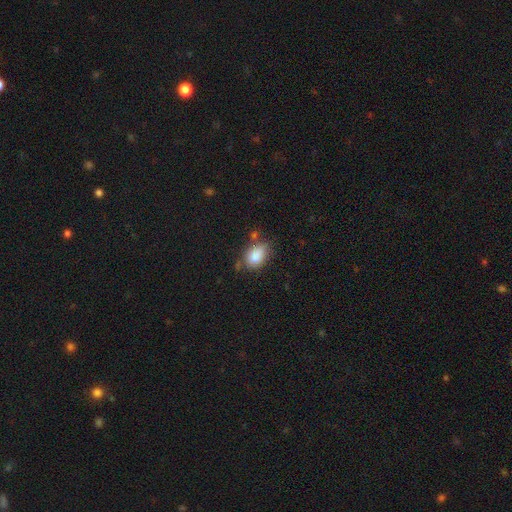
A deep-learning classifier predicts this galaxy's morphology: The model was most divided on "merging": none: 62%, minor disturbance: 24%, merger: 8%, major disturbance: 6%. More confident: smooth or featured — smooth (86%); how rounded — in between (85%).